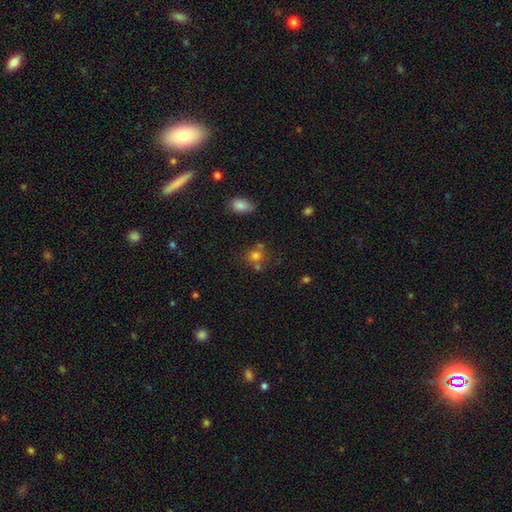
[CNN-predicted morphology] This appears to be a smooth galaxy with no disk features (72%) that is round (77%). Merging: none (55%).